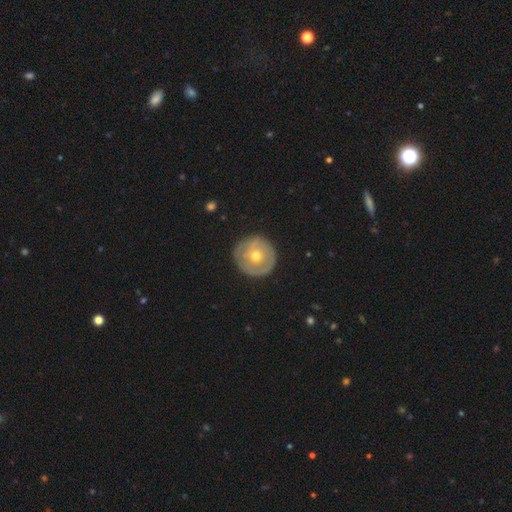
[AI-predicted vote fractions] This appears to be a featured or disk galaxy (52%). Merging: none (80%).